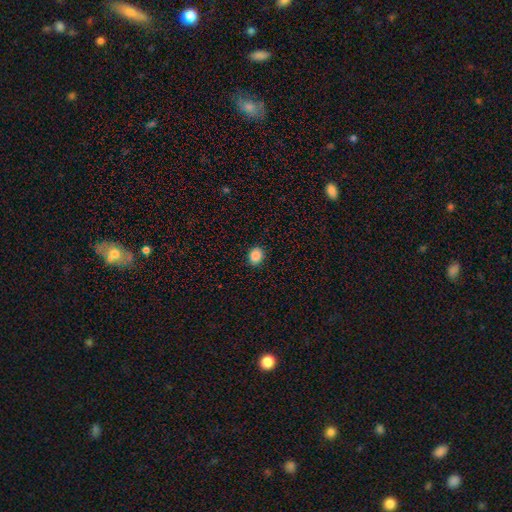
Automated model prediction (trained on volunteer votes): Smooth or featured: smooth — 87% (star or artifact — 10%)
How rounded: round — 57% (in between — 42%)
Merging: none — 90% (minor disturbance — 7%)